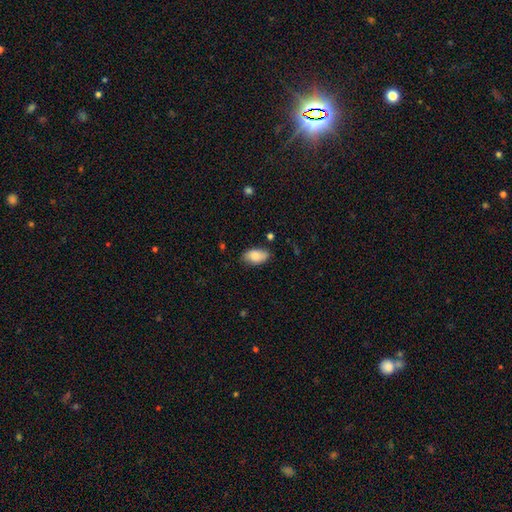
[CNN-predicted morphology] This is clearly a smooth galaxy (84%). How rounded: clearly in between (94%). Merging: likely none (79%).